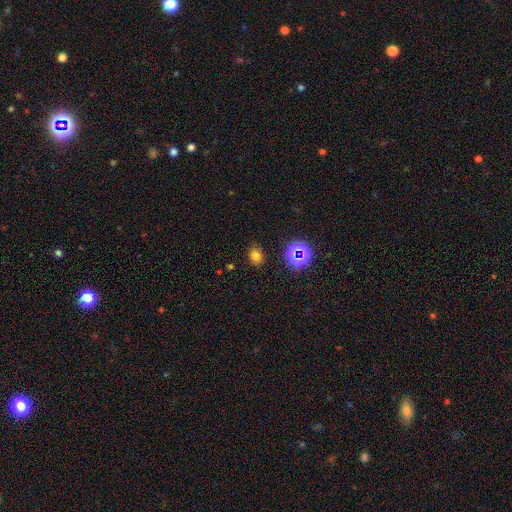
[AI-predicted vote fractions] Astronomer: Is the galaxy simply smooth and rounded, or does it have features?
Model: smooth — 72%.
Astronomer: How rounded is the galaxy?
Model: in between — 54% (runner-up: round, 45%).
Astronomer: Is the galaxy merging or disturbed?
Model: none — 84%.